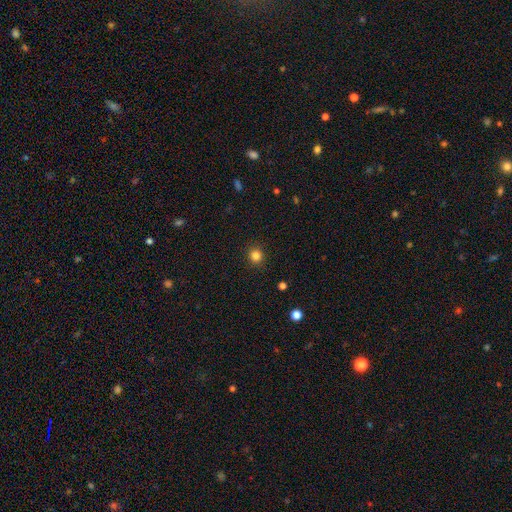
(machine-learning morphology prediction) This appears to be a smooth galaxy with no disk features (83%) that is round (91%). Merging: none (92%).